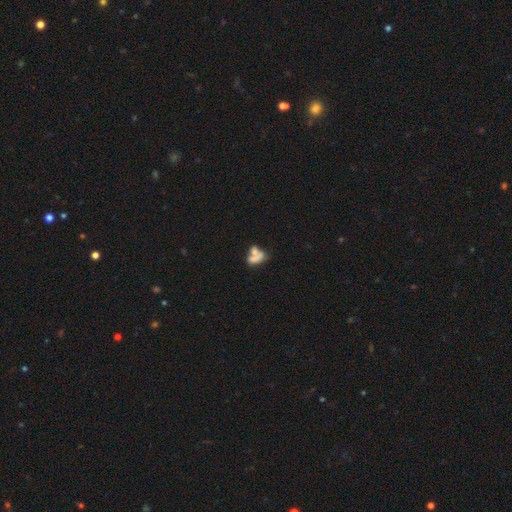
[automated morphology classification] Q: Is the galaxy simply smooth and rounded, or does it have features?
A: smooth — 64%.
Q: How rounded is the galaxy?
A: in between — 76%.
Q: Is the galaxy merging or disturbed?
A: merger — 58%.